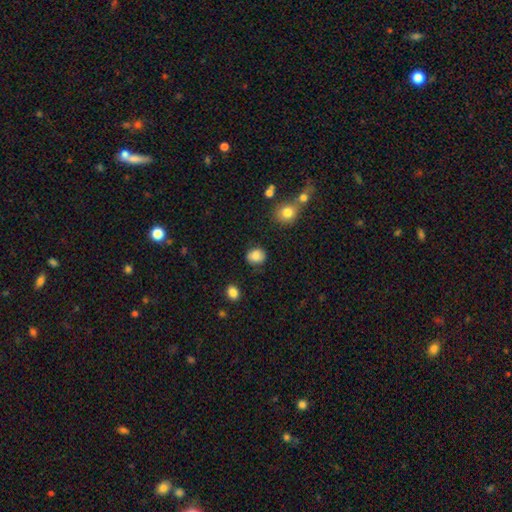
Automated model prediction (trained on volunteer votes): Overall: smooth (84%). How rounded: round (68%; in between 31%). Merging: none (79%).